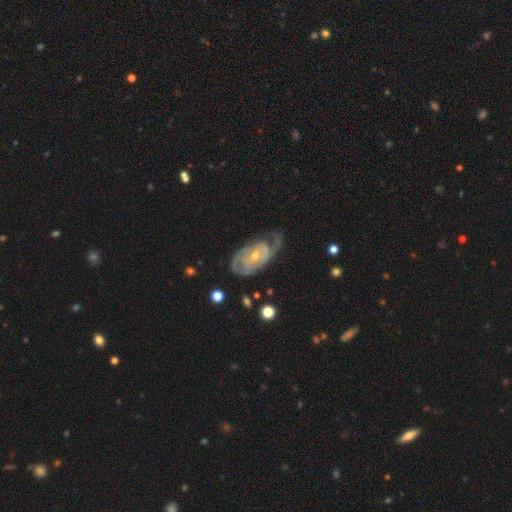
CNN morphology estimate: This is clearly a featured or disk galaxy (84%). It is clearly not viewed edge-on (95%). Bar: possibly no (57%). Spiral arm pattern: clearly yes (92%). Spiral arm count: possibly 2 (48%). Spiral winding: possibly tight (57%). Central bulge: possibly small (60%). Merging: possibly none (57%).